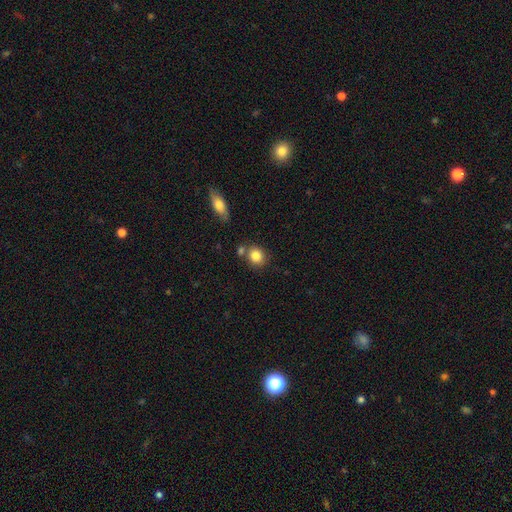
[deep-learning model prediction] Morphology: type=smooth (84%); roundness=round (71%); merging=none (68%).